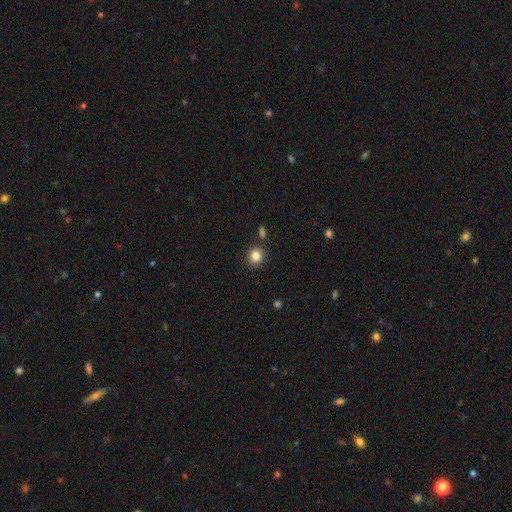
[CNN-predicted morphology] This appears to be a smooth galaxy with no disk features (85%) that is round (84%). Merging: none (85%).